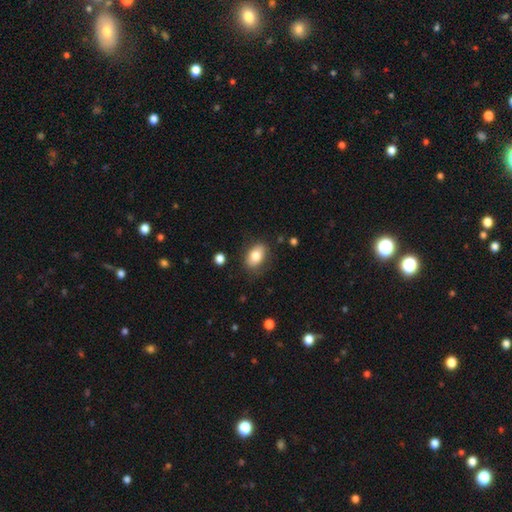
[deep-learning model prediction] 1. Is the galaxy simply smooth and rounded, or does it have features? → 80% smooth, 13% featured or disk, 8% star or artifact.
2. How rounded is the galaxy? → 85% in between, 14% round, 1% cigar-shaped.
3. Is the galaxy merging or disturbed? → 80% none, 14% minor disturbance, 4% major disturbance, 2% merger.